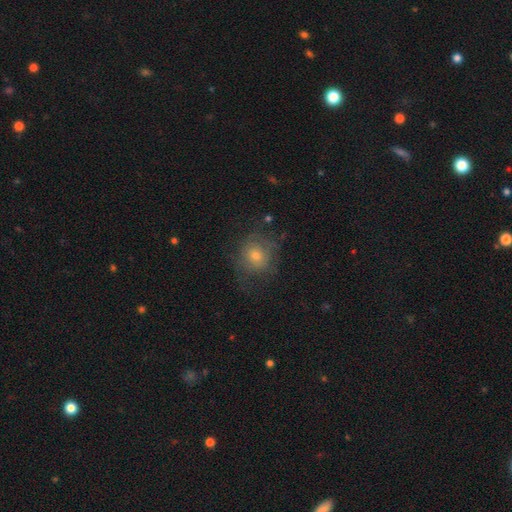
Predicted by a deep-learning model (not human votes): Smooth or featured?
  - smooth: 52% *
  - featured or disk: 33%
  - star or artifact: 15%
How rounded?
  - round: 84% *
  - in between: 15%
  - cigar-shaped: 1%
Merging?
  - none: 66% *
  - minor disturbance: 19%
  - major disturbance: 14%
  - merger: 1%